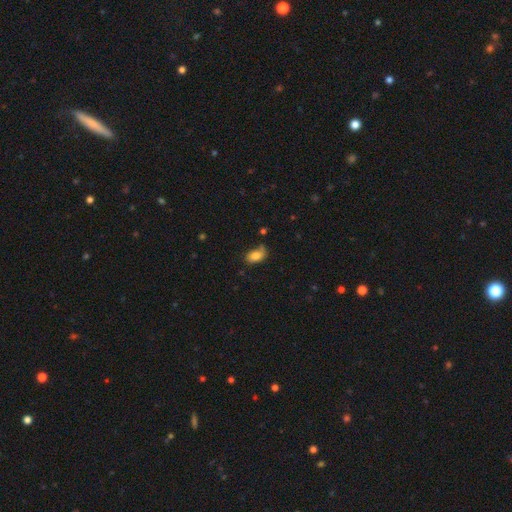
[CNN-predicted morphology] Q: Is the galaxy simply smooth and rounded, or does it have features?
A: smooth — 79%.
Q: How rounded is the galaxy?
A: in between — 89%.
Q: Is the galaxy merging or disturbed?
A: none — 57%.